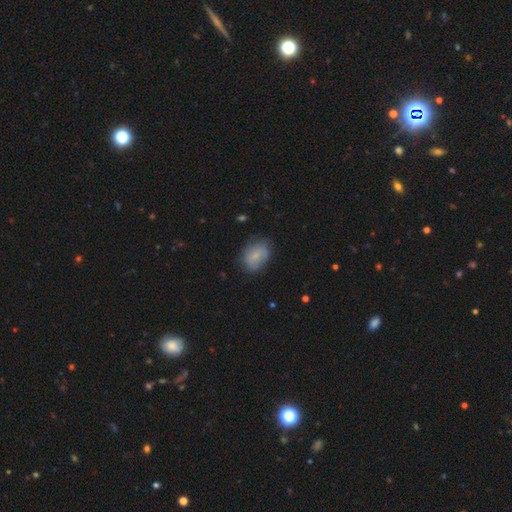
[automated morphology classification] Smooth or featured?
  - smooth: 76% *
  - featured or disk: 16%
  - star or artifact: 8%
How rounded?
  - in between: 78% *
  - round: 21%
  - cigar-shaped: 1%
Merging?
  - none: 69% *
  - minor disturbance: 23%
  - major disturbance: 6%
  - merger: 1%